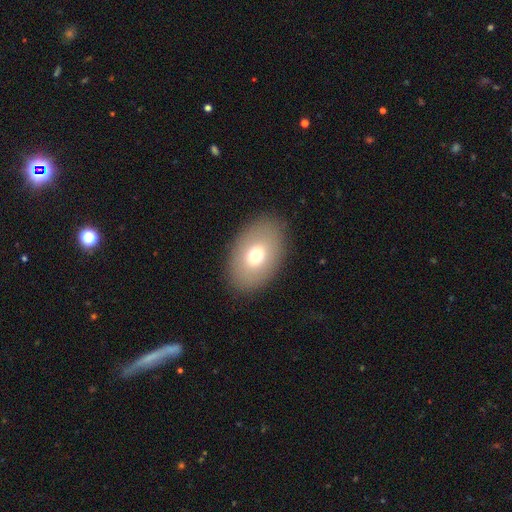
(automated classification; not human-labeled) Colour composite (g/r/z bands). It shows a smooth galaxy with no disk features (71%) that is in between round and cigar-shaped (85%). Merging: none (87%).